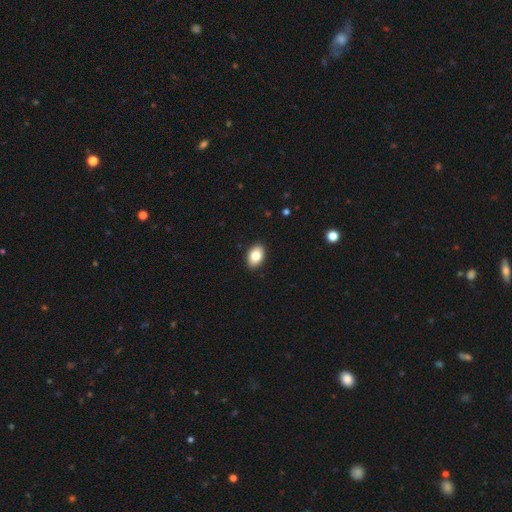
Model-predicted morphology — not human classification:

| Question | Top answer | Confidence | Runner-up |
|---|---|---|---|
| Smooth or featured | smooth | 84% | featured or disk (9%) |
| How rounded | in between | 89% | round (10%) |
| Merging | none | 90% | minor disturbance (7%) |